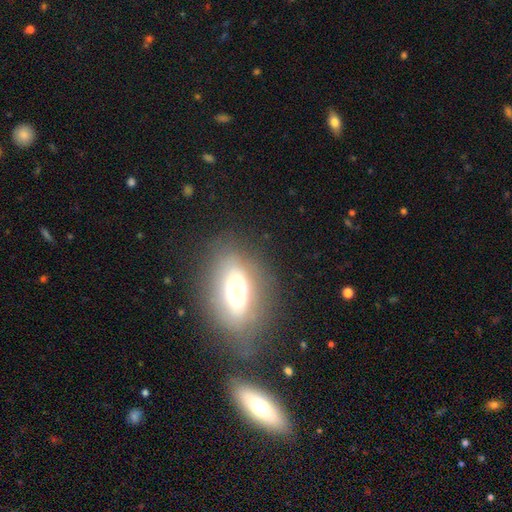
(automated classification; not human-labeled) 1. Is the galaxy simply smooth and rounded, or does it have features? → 56% smooth, 30% featured or disk, 13% star or artifact.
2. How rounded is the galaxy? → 82% in between, 11% cigar-shaped, 6% round.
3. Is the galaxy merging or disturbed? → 67% none, 14% merger, 13% minor disturbance, 6% major disturbance.